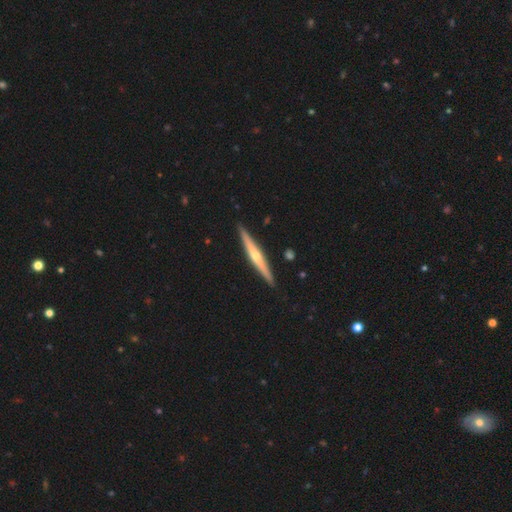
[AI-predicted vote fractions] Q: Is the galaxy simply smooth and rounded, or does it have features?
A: featured or disk — 70%.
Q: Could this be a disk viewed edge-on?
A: yes — 98%.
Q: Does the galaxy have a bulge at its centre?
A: rounded — 83%.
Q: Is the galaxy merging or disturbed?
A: none — 91%.